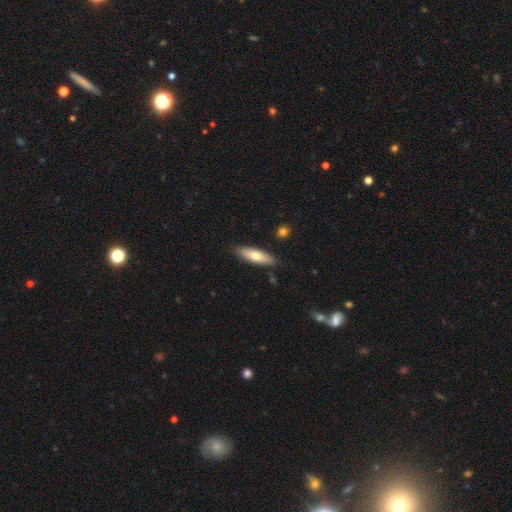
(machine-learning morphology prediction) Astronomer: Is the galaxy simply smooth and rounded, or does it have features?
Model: smooth — 69%.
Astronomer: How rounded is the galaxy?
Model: cigar-shaped — 60% (runner-up: in between, 38%).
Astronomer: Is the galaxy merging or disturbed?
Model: none — 87%.